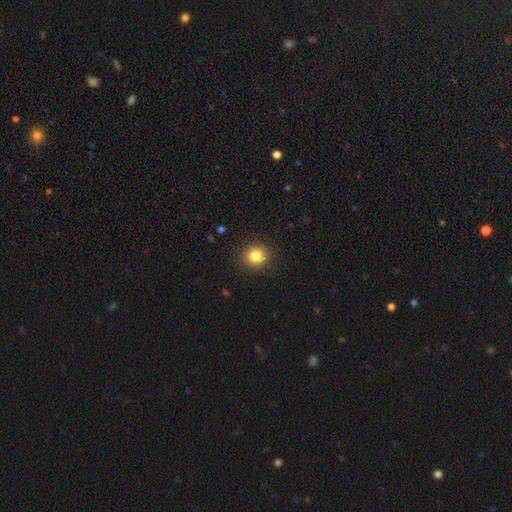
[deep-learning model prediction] smooth-or-featured: smooth: 82% | star or artifact: 11% | featured or disk: 6%
  how-rounded: round: 90% | in between: 9% | cigar-shaped: 1%
  merging: none: 91% | minor disturbance: 6% | major disturbance: 2% | merger: 1%